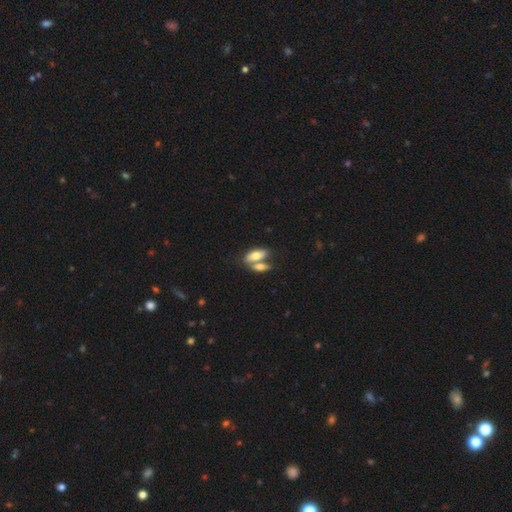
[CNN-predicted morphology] Smooth or featured: smooth — 68% (featured or disk — 26%)
How rounded: in between — 84% (cigar-shaped — 12%)
Merging: merger — 55% (none — 33%)